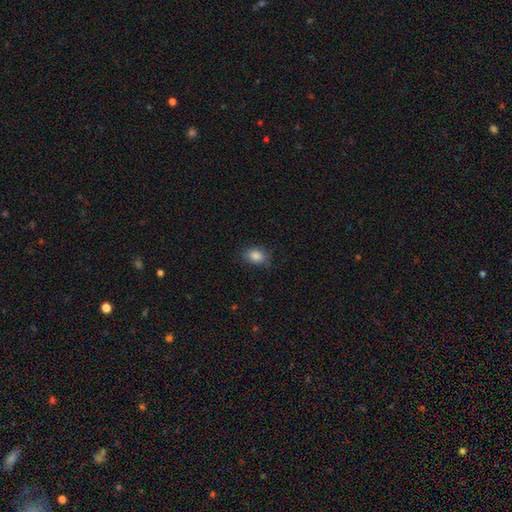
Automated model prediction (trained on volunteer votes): The model was most divided on "how rounded": in between: 74%, round: 25%, cigar-shaped: 1%. More confident: smooth or featured — smooth (85%); merging — none (80%).